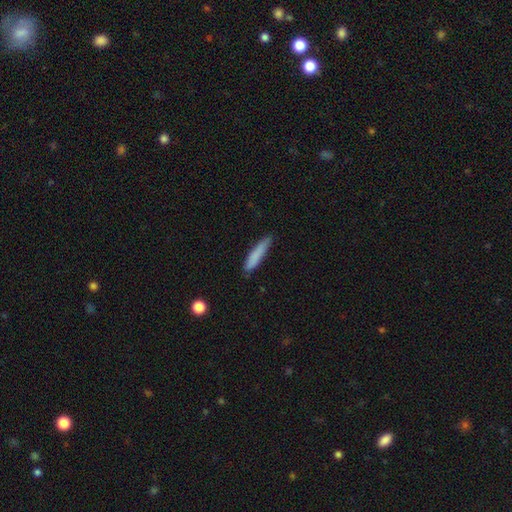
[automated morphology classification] Overall: smooth (82%). How rounded: cigar-shaped (89%). Merging: none (79%).